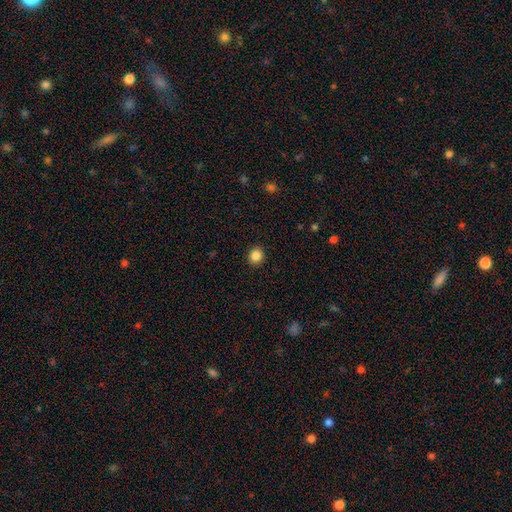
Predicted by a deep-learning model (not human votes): This appears to be a smooth galaxy with no disk features (86%) that is round (81%). Merging: none (92%).